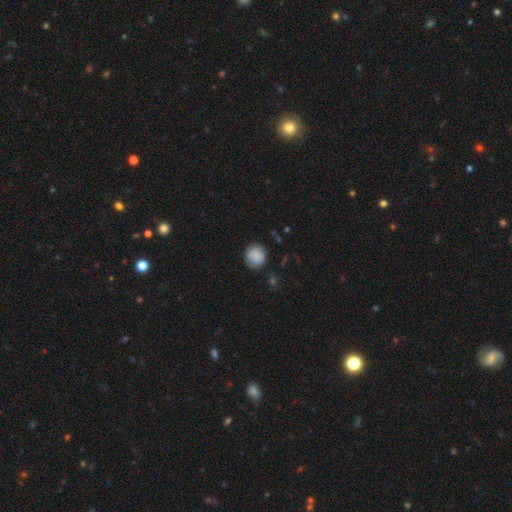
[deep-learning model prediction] This is clearly a smooth galaxy (84%). How rounded: clearly round (87%). Merging: likely none (77%).